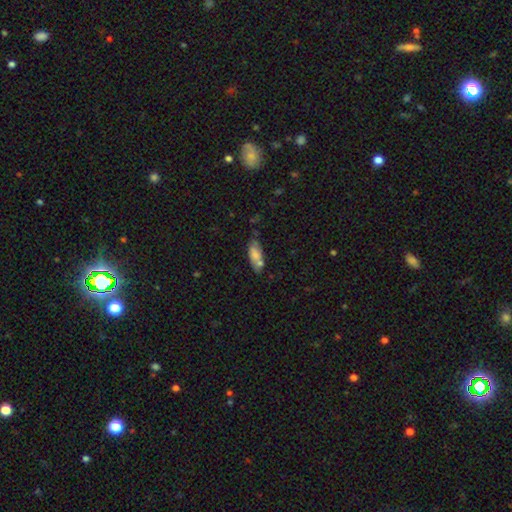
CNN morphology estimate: This is likely a smooth galaxy (73%). How rounded: likely in between (77%). Merging: possibly none (57%).